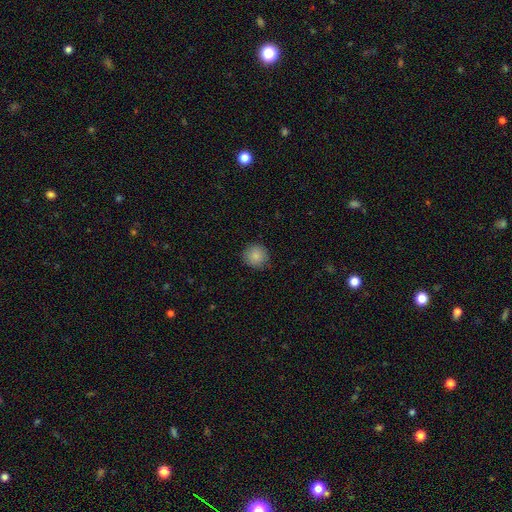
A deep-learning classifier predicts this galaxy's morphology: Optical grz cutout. It shows a smooth galaxy with no disk features (86%) that is round (92%). Merging: none (86%).